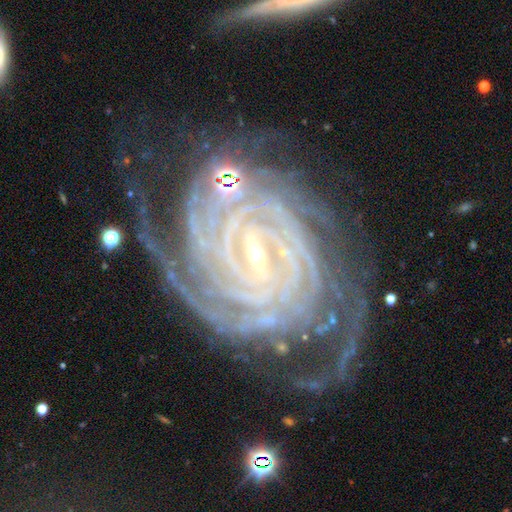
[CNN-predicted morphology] A featured or disk galaxy (92%) with a strong bar (41%), 4 (27%) tight (87%) spiral arms (99%) and a small central bulge (76%).

Vote fractions:
- Smooth or featured? featured or disk: 92% / star or artifact: 5% / smooth: 3%
- Edge-on disk? no: 97% / yes: 3%
- Bar? strong: 41% / weak: 40% / no: 19%
- Spiral arms? yes: 99% / no: 1%
- Spiral winding? tight: 87% / medium: 11% / loose: 2%
- Spiral arm count? 4: 27% / more than 4: 18% / 3: 17% / 2: 16% / can't tell: 14% / 1: 8%
- Bulge size? small: 76% / moderate: 20% / none: 2% / large: 1% / dominant: 1%
- Merging? none: 59% / minor disturbance: 22% / major disturbance: 12% / merger: 7%